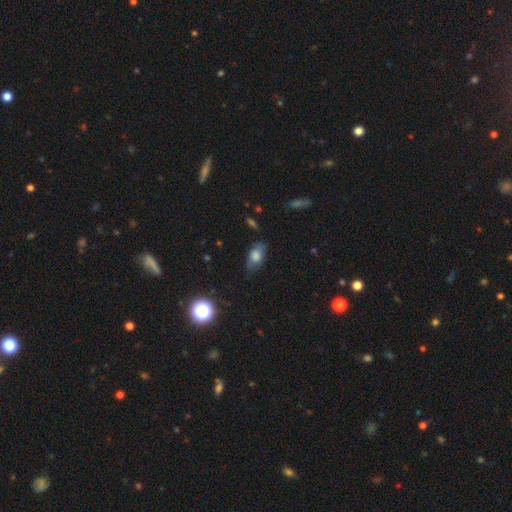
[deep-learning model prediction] Smooth or featured? Predicted: smooth (p=0.67). How rounded? Predicted: in between (p=0.86). Merging? Predicted: none (p=0.70).